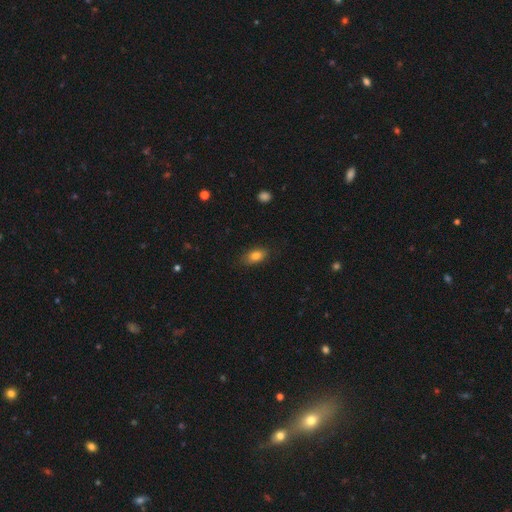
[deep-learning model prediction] Q: Smooth or featured?
A: smooth (82%); runner-up: featured or disk (10%)
Q: How rounded?
A: in between (86%); runner-up: round (9%)
Q: Merging?
A: none (83%); runner-up: minor disturbance (13%)